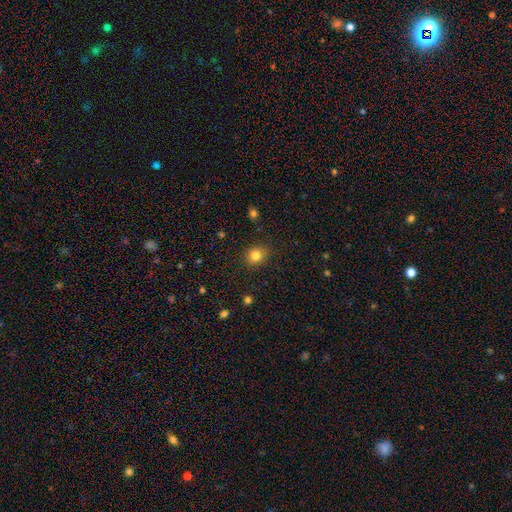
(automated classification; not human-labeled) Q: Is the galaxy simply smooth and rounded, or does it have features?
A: smooth — 82%.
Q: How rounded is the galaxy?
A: round — 78%.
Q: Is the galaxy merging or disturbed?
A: none — 87%.